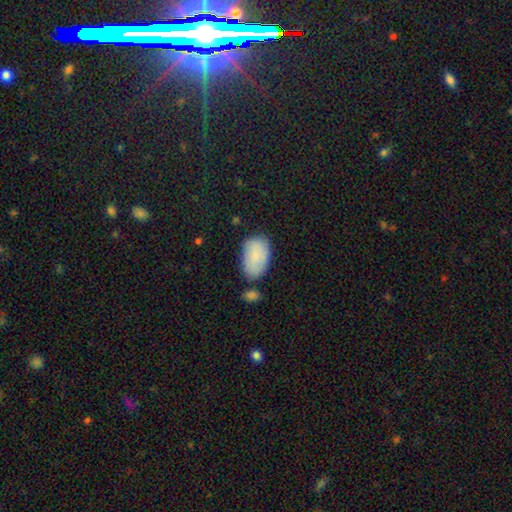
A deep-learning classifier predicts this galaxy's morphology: This is clearly a smooth galaxy (82%). How rounded: clearly in between (93%). Merging: likely none (61%).